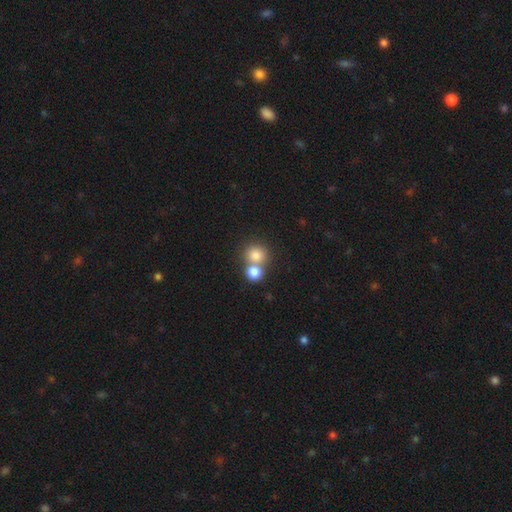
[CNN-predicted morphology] Smooth or featured? smooth (80%)
How rounded? round (84%)
Merging? merger (47%)